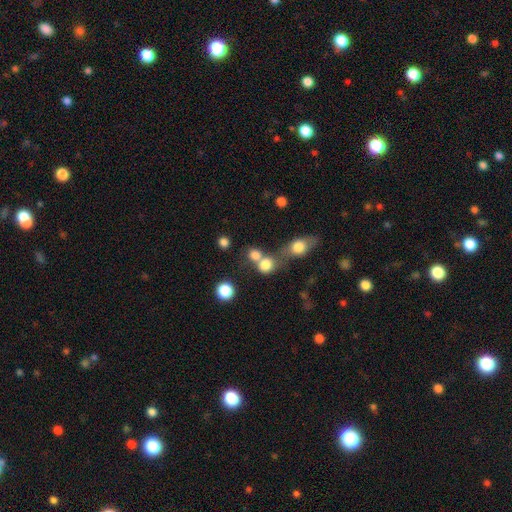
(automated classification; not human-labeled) Morphology: type=smooth (78%); roundness=round (80%); merging=merger (50%).